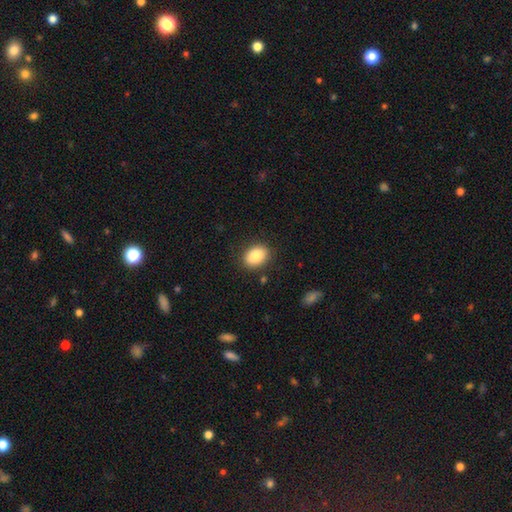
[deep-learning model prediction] Q: Smooth or featured?
A: smooth (86%); runner-up: star or artifact (8%)
Q: How rounded?
A: in between (71%); runner-up: round (28%)
Q: Merging?
A: none (86%); runner-up: minor disturbance (10%)